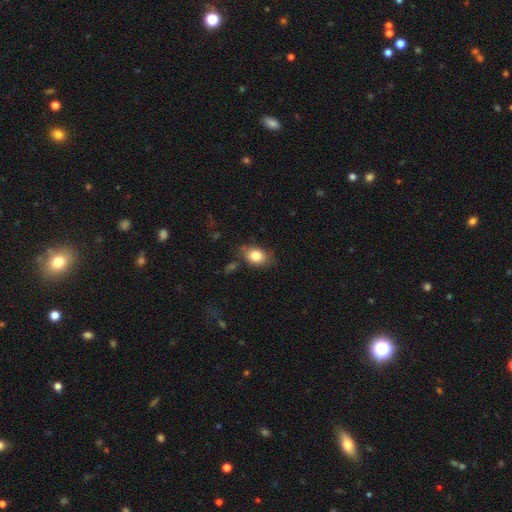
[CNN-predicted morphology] This appears to be a smooth galaxy with no disk features (81%) that is in between round and cigar-shaped (81%). Merging: none (73%).